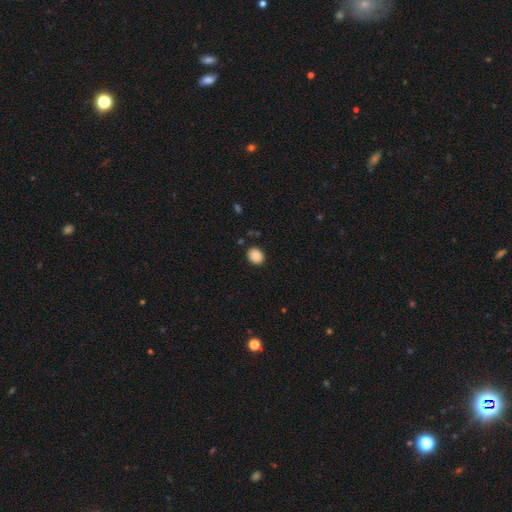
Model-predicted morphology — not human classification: This is clearly a smooth galaxy (88%). How rounded: likely round (61%). Merging: clearly none (88%).